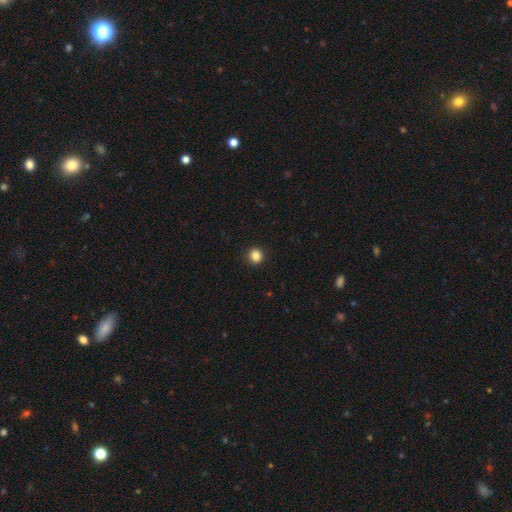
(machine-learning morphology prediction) Smooth or featured? Predicted: smooth (p=0.85). How rounded? Predicted: round (p=0.89). Merging? Predicted: none (p=0.92).